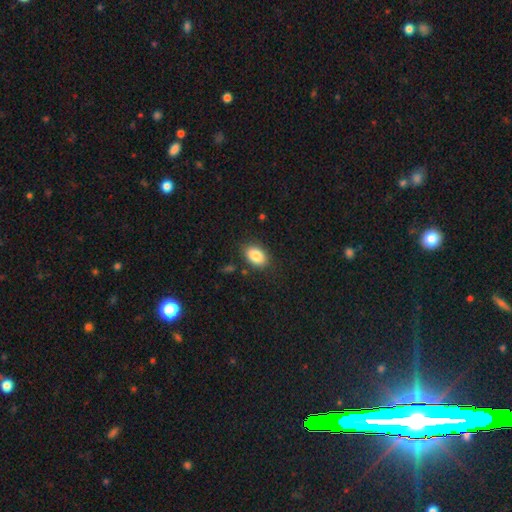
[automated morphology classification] Q: Smooth or featured?
A: smooth (86%); runner-up: star or artifact (8%)
Q: How rounded?
A: in between (86%); runner-up: round (13%)
Q: Merging?
A: none (84%); runner-up: minor disturbance (11%)